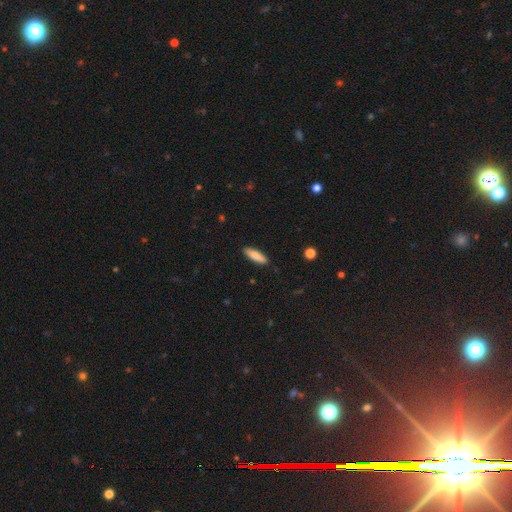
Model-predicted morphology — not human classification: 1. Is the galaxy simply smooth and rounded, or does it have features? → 83% smooth, 11% featured or disk, 6% star or artifact.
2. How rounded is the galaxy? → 52% cigar-shaped, 47% in between, 2% round.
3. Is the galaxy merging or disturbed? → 89% none, 8% minor disturbance, 2% major disturbance, 1% merger.